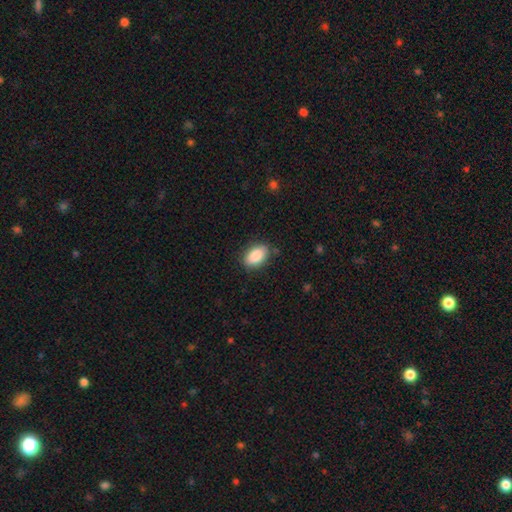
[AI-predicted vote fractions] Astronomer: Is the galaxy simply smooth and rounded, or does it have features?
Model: smooth — 88%.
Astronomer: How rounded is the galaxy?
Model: in between — 91%.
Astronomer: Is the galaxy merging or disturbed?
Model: none — 84%.